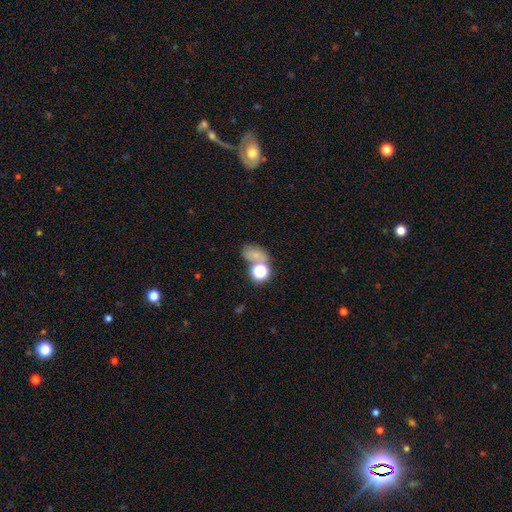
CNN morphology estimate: type=smooth (62%); roundness=in between (62%); merging=none (39%).